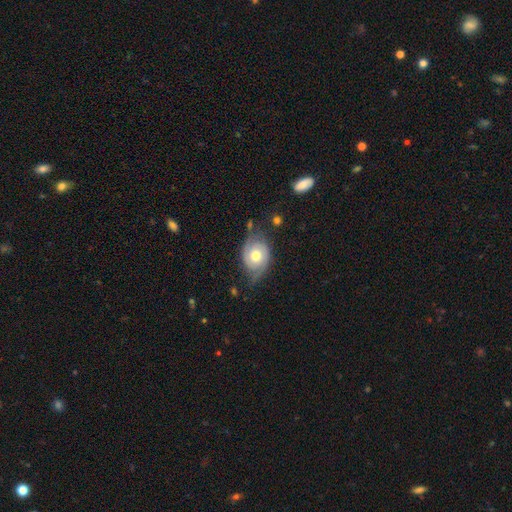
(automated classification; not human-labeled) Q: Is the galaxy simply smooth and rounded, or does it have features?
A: featured or disk — 75%.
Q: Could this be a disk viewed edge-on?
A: no — 97%.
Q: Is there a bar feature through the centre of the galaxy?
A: no — 78%.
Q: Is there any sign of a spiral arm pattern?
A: yes — 91%.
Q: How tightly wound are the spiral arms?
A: tight — 51%.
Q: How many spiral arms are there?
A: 2 — 84%.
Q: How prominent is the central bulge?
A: moderate — 75%.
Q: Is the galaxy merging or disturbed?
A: none — 63%.